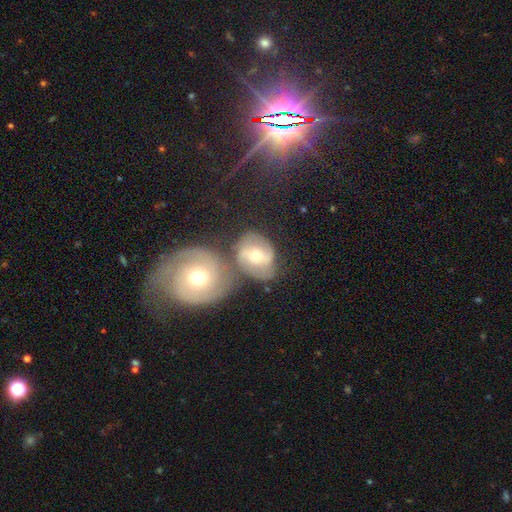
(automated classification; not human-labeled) smooth_or_featured: featured or disk (p=0.62) [alt: smooth p=0.30]
disk_edge_on: no (p=0.96) [alt: yes p=0.04]
bar: weak (p=0.40) [tied with: no p=0.40]
has_spiral_arms: yes (p=0.83) [alt: no p=0.17]
bulge_size: moderate (p=0.68) [alt: small p=0.26]
merging: none (p=0.41) [alt: merger p=0.40]